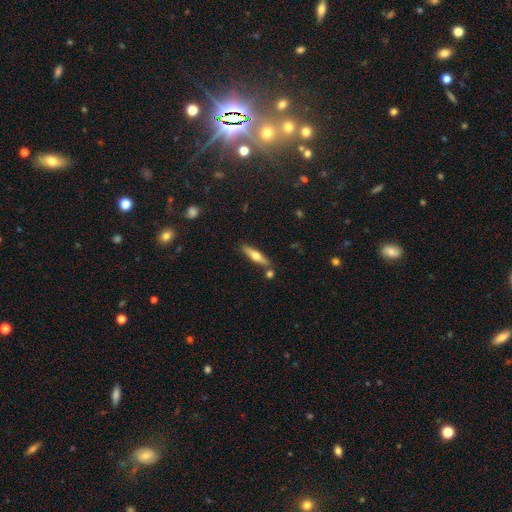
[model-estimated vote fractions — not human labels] This is possibly a featured or disk galaxy (54%). It is clearly viewed edge-on (94%). Edge-on bulge: clearly rounded (94%). Merging: clearly none (81%).